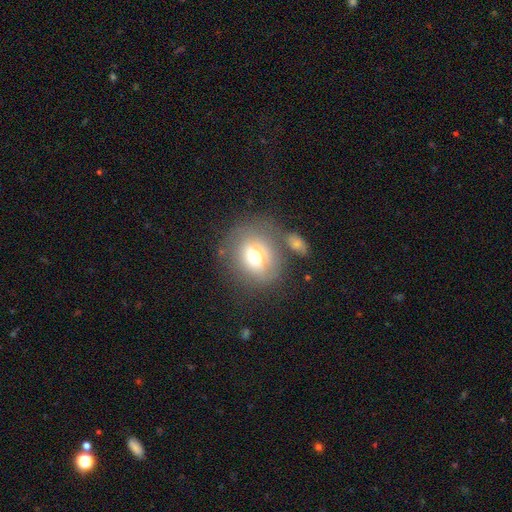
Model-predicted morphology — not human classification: Smooth or featured? Predicted: smooth (p=0.62). How rounded? Predicted: round (p=0.71). Merging? Predicted: none (p=0.58).